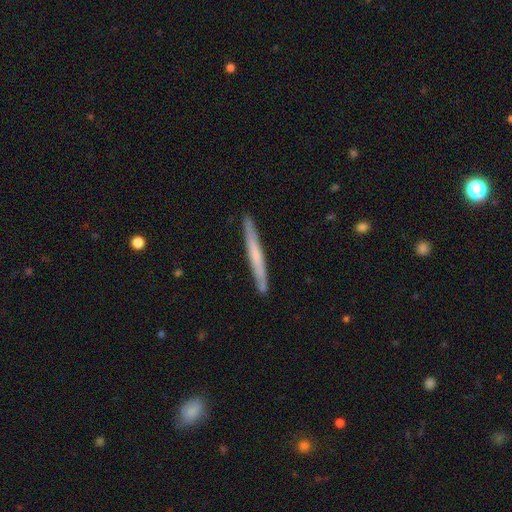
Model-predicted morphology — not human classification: Smooth or featured?
  - smooth: 51% *
  - featured or disk: 44%
  - star or artifact: 5%
How rounded?
  - cigar-shaped: 97% *
  - in between: 2%
  - round: 1%
Merging?
  - none: 89% *
  - minor disturbance: 8%
  - merger: 2%
  - major disturbance: 1%